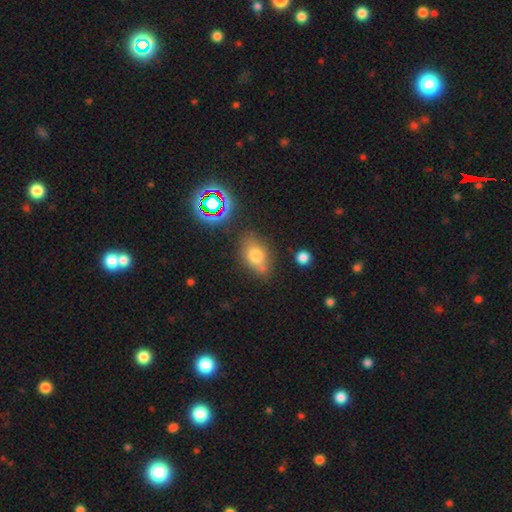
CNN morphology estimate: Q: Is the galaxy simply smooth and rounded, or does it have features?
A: smooth — 66%.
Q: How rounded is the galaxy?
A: in between — 80%.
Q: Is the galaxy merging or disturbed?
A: none — 72%.